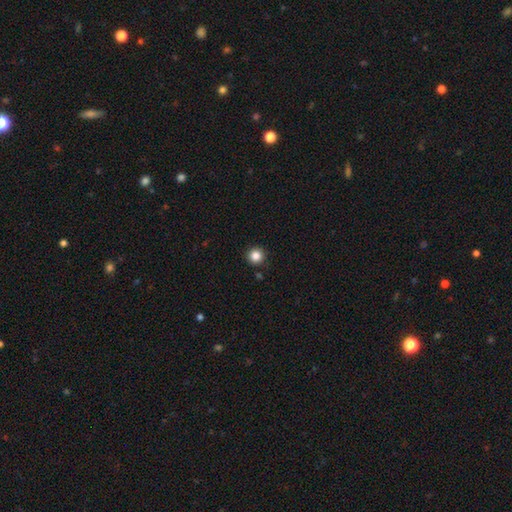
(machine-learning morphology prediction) The model was most divided on "smooth or featured": smooth: 85%, star or artifact: 11%, featured or disk: 4%. More confident: how rounded — round (96%); merging — none (91%).